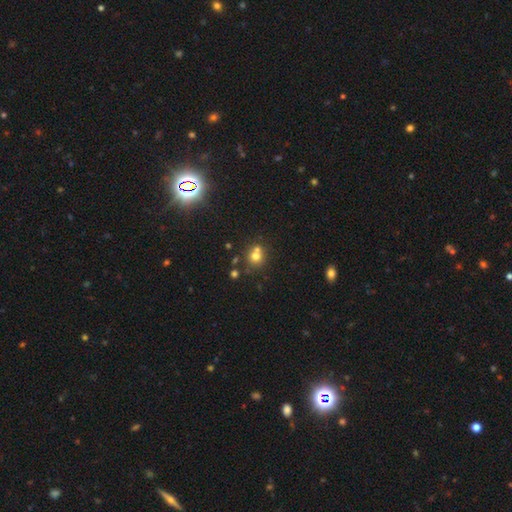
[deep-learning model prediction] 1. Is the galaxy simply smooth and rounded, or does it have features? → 69% smooth, 17% star or artifact, 14% featured or disk.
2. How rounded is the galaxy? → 84% round, 15% in between, 1% cigar-shaped.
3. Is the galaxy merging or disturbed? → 53% none, 35% merger, 9% minor disturbance, 3% major disturbance.